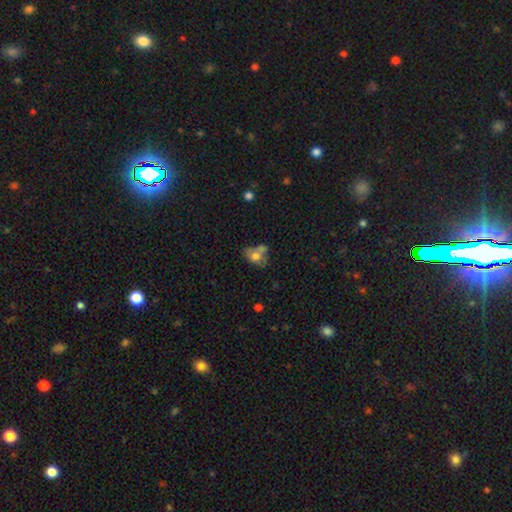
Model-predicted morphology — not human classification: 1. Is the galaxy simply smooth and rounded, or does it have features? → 65% smooth, 25% featured or disk, 10% star or artifact.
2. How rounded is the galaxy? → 72% in between, 26% round, 2% cigar-shaped.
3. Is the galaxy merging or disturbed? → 40% merger, 27% none, 19% minor disturbance, 13% major disturbance.